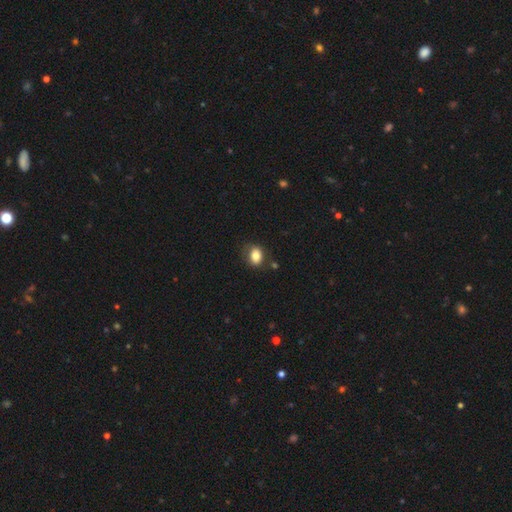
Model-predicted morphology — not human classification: type=smooth (81%); roundness=in between (68%); merging=none (73%).